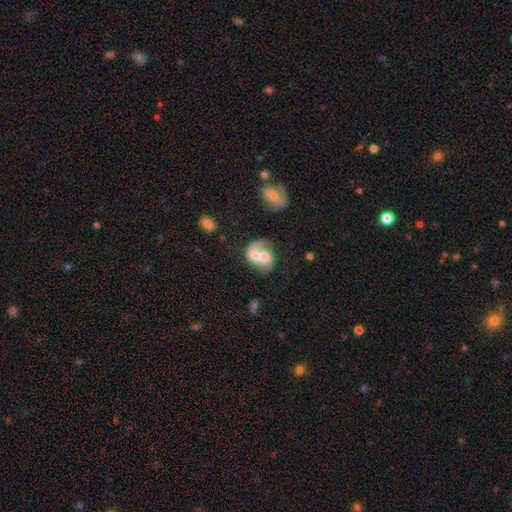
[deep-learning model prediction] This is likely a featured or disk galaxy (61%). It is clearly not viewed edge-on (97%). Bar: likely no (62%). Spiral arm pattern: likely yes (73%). Central bulge: possibly moderate (48%). Merging: possibly merger (50%).